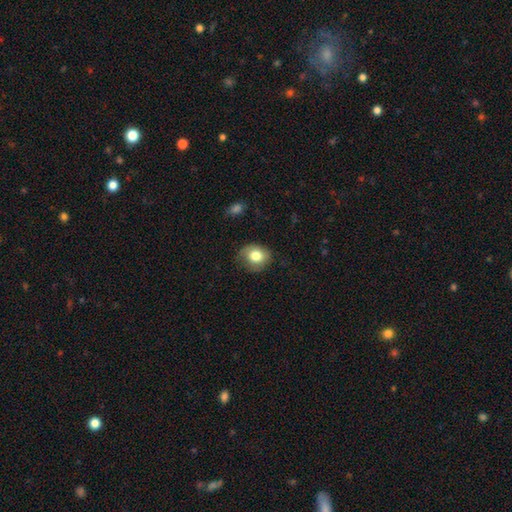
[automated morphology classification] smooth 79%, featured or disk 12%, star or artifact 9%. Down the decision tree: how rounded — round (66%); merging — none (67%).